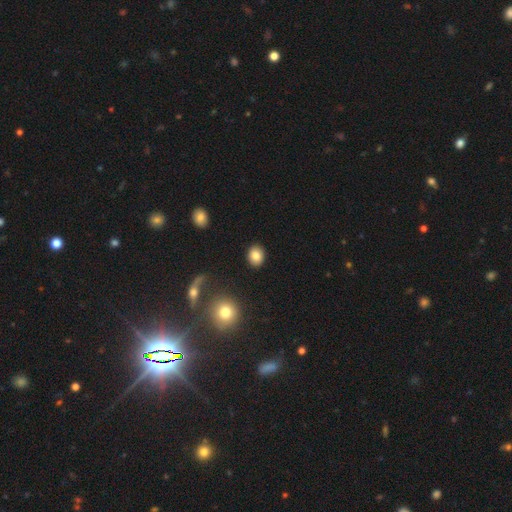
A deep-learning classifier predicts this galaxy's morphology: This appears to be a smooth galaxy with no disk features (84%) that is round (52%). Merging: none (90%).